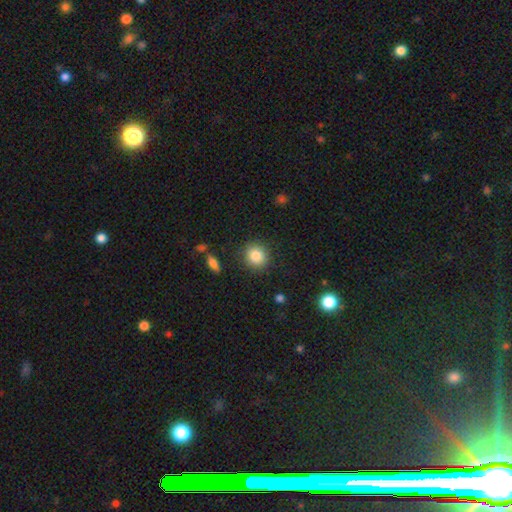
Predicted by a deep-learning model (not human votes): Q: Smooth or featured?
A: smooth (85%); runner-up: star or artifact (9%)
Q: How rounded?
A: round (86%); runner-up: in between (13%)
Q: Merging?
A: none (88%); runner-up: minor disturbance (8%)